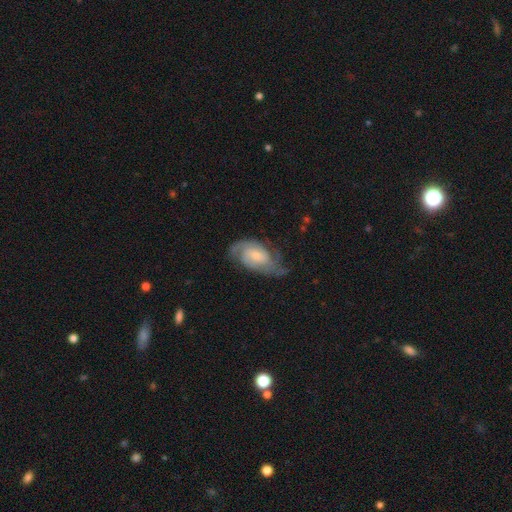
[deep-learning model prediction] smooth_or_featured: featured or disk (p=0.80) [alt: smooth p=0.14]
disk_edge_on: no (p=0.96) [alt: yes p=0.04]
bar: no (p=0.57) [alt: weak p=0.37]
has_spiral_arms: yes (p=0.95) [alt: no p=0.05]
spiral_winding: medium (p=0.45) [alt: tight p=0.38]
spiral_arm_count: 2 (p=0.68) [alt: can't tell p=0.14]
bulge_size: small (p=0.55) [alt: moderate p=0.36]
merging: none (p=0.63) [alt: minor disturbance p=0.23]